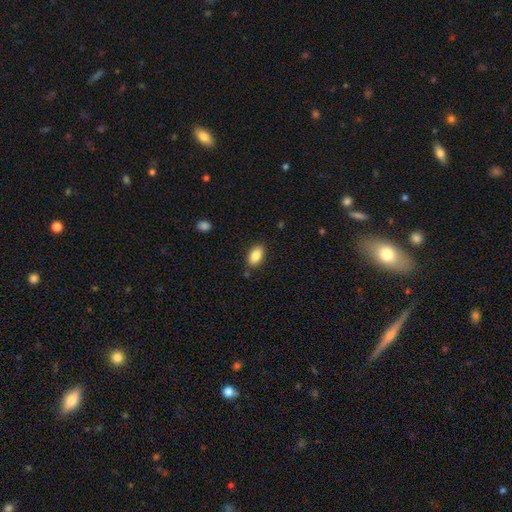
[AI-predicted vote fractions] Smooth or featured? smooth (85%)
How rounded? in between (91%)
Merging? none (83%)